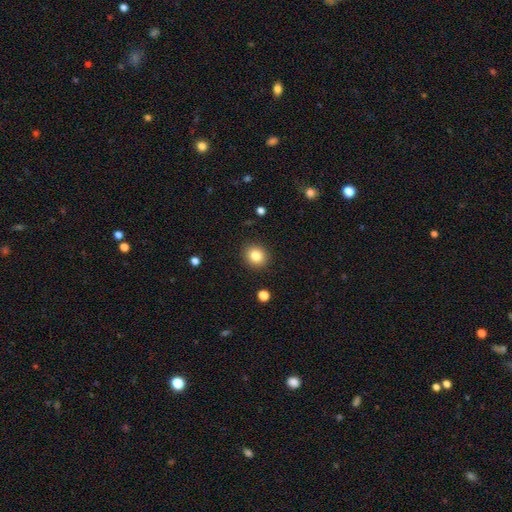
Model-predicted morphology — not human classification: Smooth or featured? Predicted: smooth (p=0.82). How rounded? Predicted: round (p=0.77). Merging? Predicted: none (p=0.90).